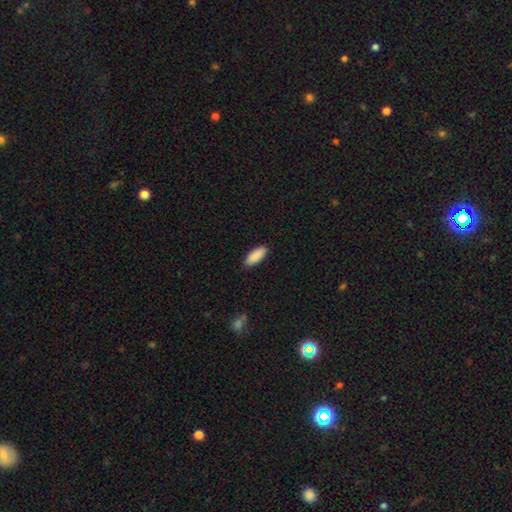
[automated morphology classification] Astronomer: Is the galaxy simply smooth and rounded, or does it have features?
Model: smooth — 91%.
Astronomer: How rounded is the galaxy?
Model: in between — 75%.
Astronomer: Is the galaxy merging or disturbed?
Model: none — 87%.